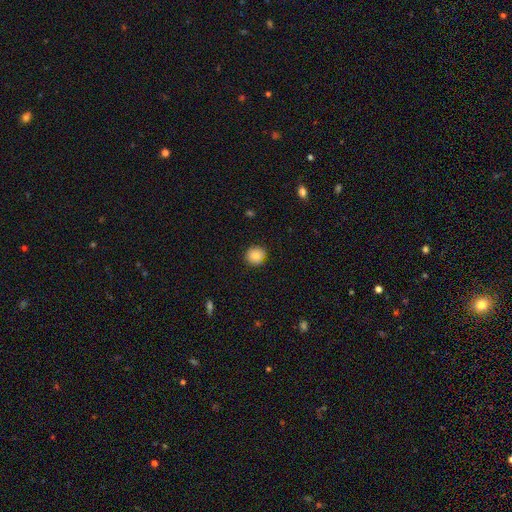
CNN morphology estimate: This is clearly a smooth galaxy (82%). How rounded: clearly round (91%). Merging: clearly none (89%).